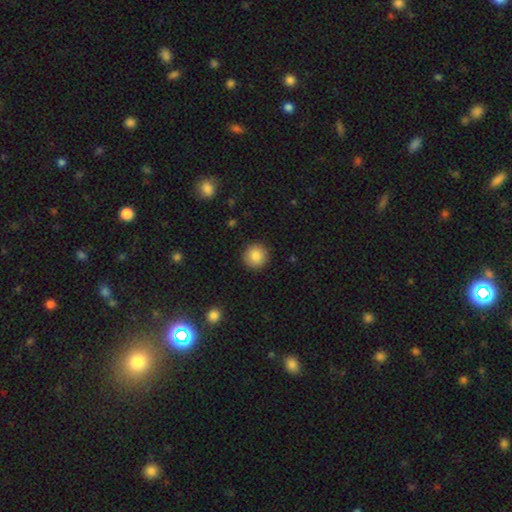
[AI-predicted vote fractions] smooth_or_featured: smooth (p=0.85) [alt: star or artifact p=0.09]
how_rounded: round (p=0.94) [alt: in between p=0.05]
merging: none (p=0.91) [alt: minor disturbance p=0.06]